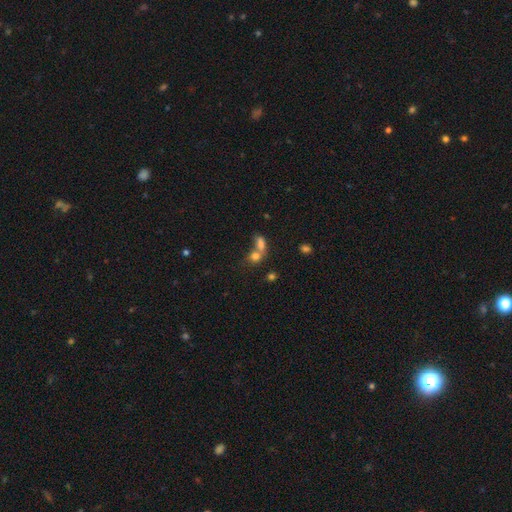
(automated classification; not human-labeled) This appears to be a smooth galaxy with no disk features (65%) that is in between round and cigar-shaped (52%). Merging: merger (59%).